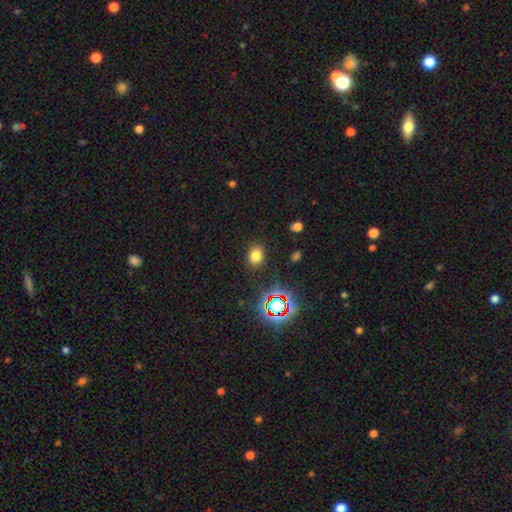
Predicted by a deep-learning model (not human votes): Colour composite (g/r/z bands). It shows a smooth galaxy with no disk features (76%) that is in between round and cigar-shaped (52%). Merging: none (86%).